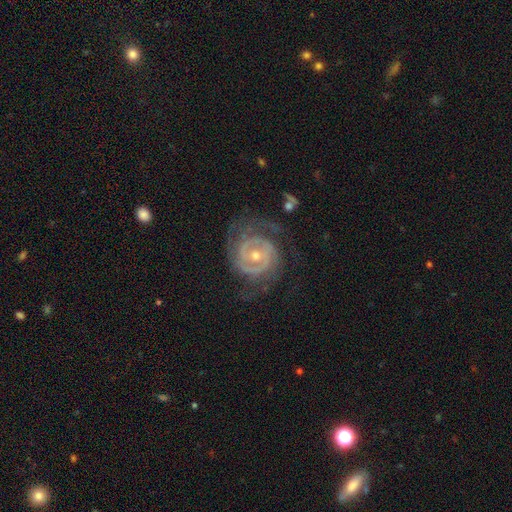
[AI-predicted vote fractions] Q: Smooth or featured?
A: featured or disk (88%); runner-up: smooth (7%)
Q: Edge-on disk?
A: no (97%); runner-up: yes (3%)
Q: Bar?
A: no (54%); runner-up: weak (33%)
Q: Spiral arms?
A: yes (94%); runner-up: no (6%)
Q: Spiral winding?
A: tight (69%); runner-up: medium (25%)
Q: Spiral arm count?
A: 2 (53%); runner-up: can't tell (19%)
Q: Bulge size?
A: moderate (51%); runner-up: small (46%)
Q: Merging?
A: none (65%); runner-up: minor disturbance (19%)